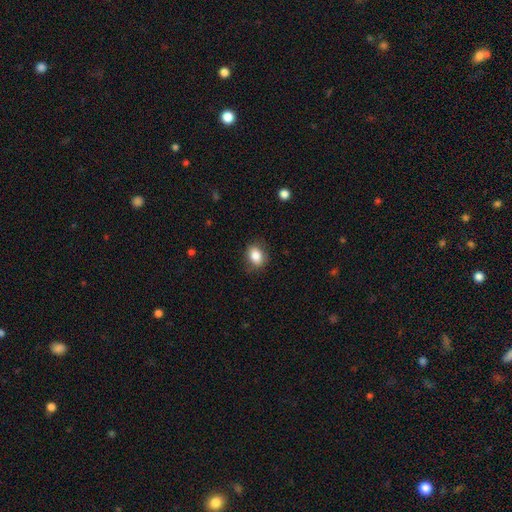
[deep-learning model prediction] Morphology: type=smooth (83%); roundness=in between (64%); merging=none (80%).